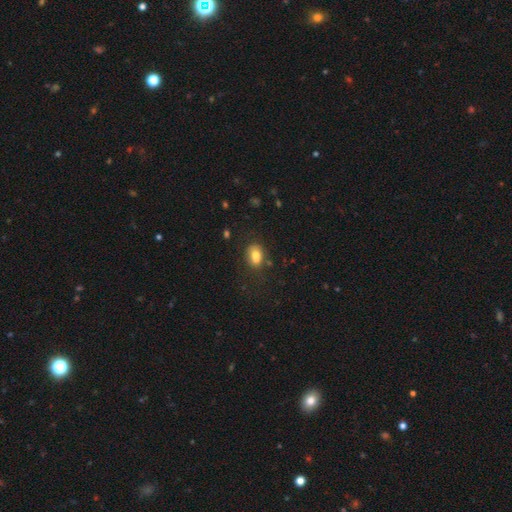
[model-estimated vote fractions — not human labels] Smooth or featured: smooth — 79% (featured or disk — 11%)
How rounded: in between — 76% (round — 22%)
Merging: none — 62% (minor disturbance — 19%)